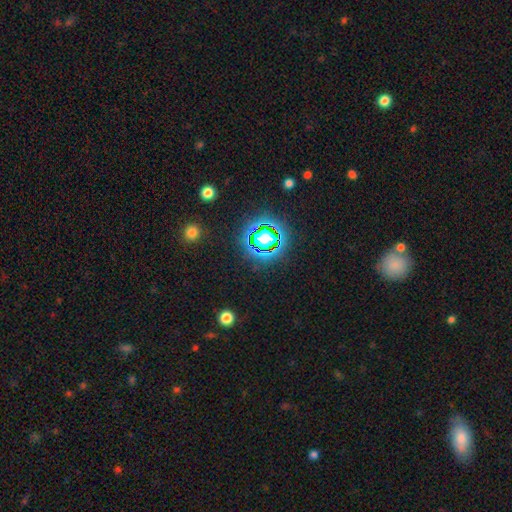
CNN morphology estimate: smooth_or_featured: star or artifact (p=0.77) [alt: smooth p=0.16]